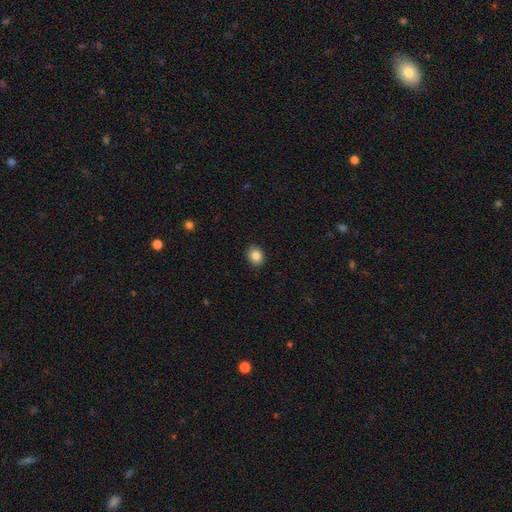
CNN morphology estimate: Smooth or featured? smooth (86%)
How rounded? round (55%)
Merging? none (90%)